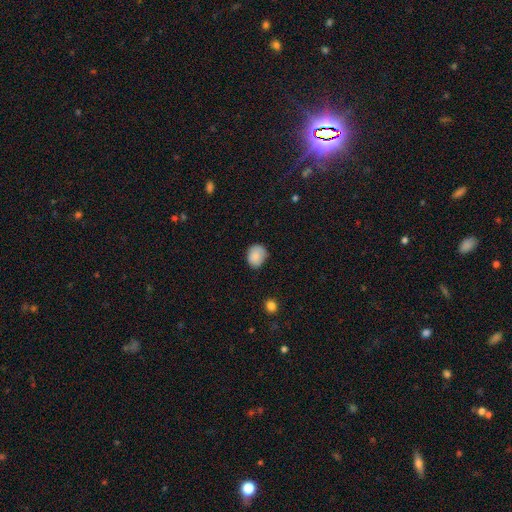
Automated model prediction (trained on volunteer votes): smooth-or-featured: smooth: 86% | star or artifact: 8% | featured or disk: 6%
  how-rounded: round: 54% | in between: 45% | cigar-shaped: 1%
  merging: none: 69% | minor disturbance: 25% | major disturbance: 4% | merger: 2%